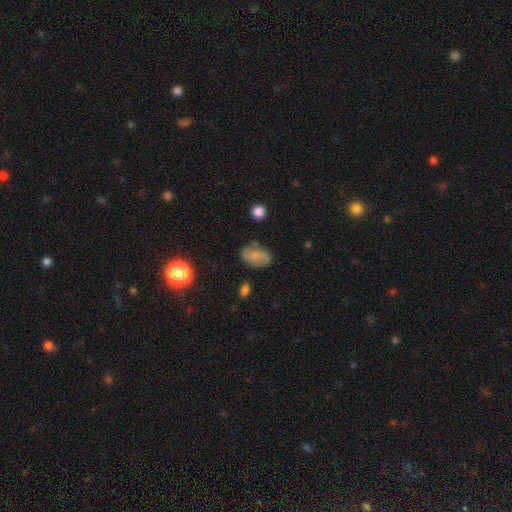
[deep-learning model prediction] smooth-or-featured: smooth: 55% | featured or disk: 34% | star or artifact: 11%
  how-rounded: in between: 86% | round: 12% | cigar-shaped: 2%
  merging: none: 65% | minor disturbance: 23% | major disturbance: 8% | merger: 5%